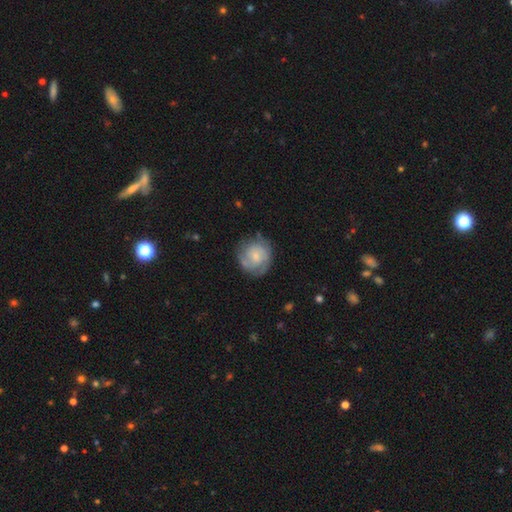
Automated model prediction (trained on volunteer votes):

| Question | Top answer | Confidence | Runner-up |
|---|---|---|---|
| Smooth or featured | featured or disk | 56% | smooth (38%) |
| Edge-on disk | no | 98% | yes (2%) |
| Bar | no | 72% | weak (24%) |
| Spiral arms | yes | 81% | no (19%) |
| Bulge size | small | 63% | moderate (26%) |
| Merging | none | 70% | minor disturbance (19%) |